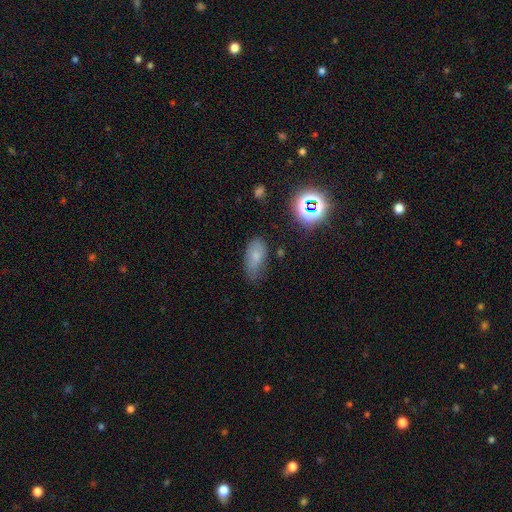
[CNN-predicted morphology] type=smooth (69%); roundness=in between (90%); merging=none (58%).